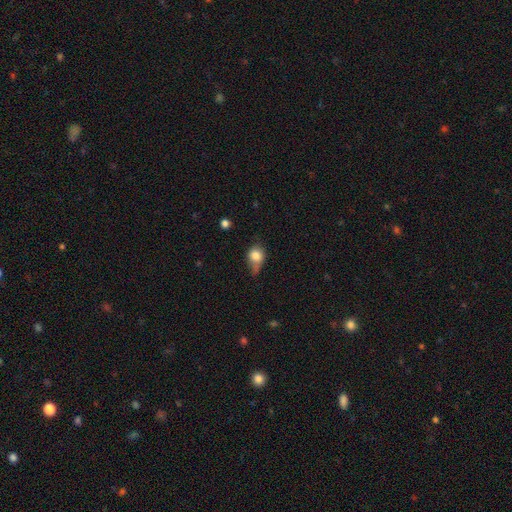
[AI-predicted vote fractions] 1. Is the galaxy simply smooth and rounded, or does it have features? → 77% smooth, 14% featured or disk, 10% star or artifact.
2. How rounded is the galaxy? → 59% round, 39% in between, 2% cigar-shaped.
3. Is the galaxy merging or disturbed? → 39% minor disturbance, 34% none, 19% major disturbance, 9% merger.